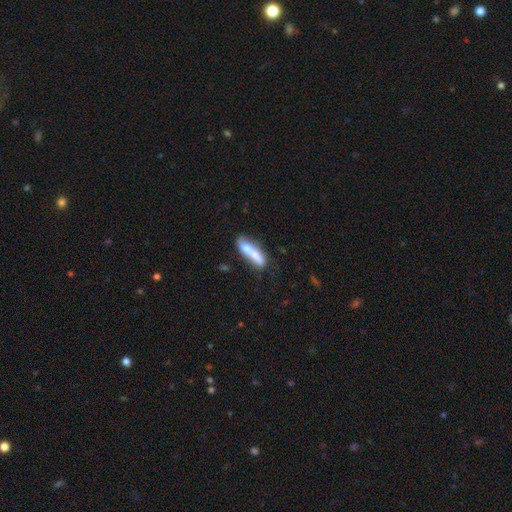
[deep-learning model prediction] smooth_or_featured: smooth (p=0.61) [alt: featured or disk p=0.32]
how_rounded: cigar-shaped (p=0.50) [alt: in between p=0.46]
merging: merger (p=0.54) [alt: none p=0.27]